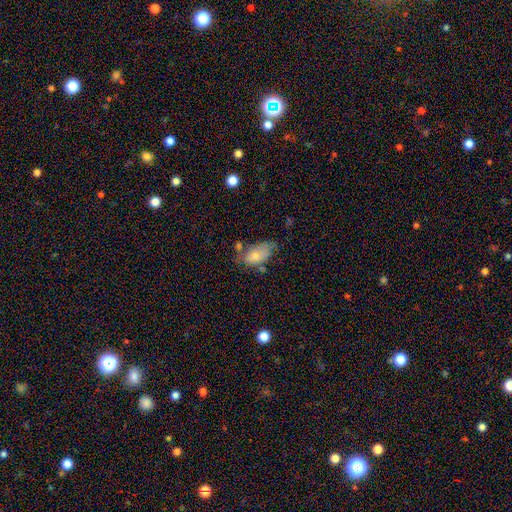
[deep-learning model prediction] Morphology: type=smooth (69%); roundness=in between (90%); merging=none (50%).